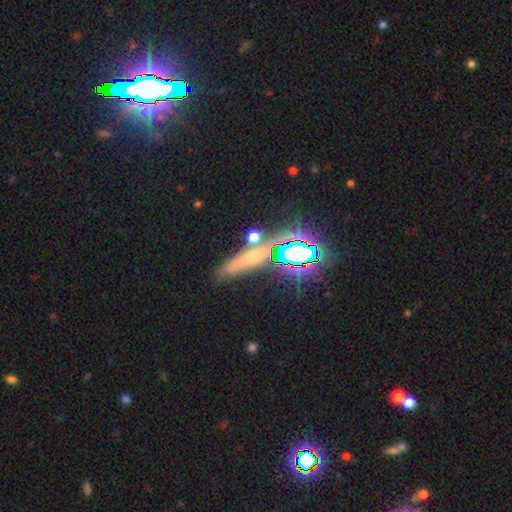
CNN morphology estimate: smooth_or_featured: star or artifact (p=0.56) [alt: smooth p=0.24]